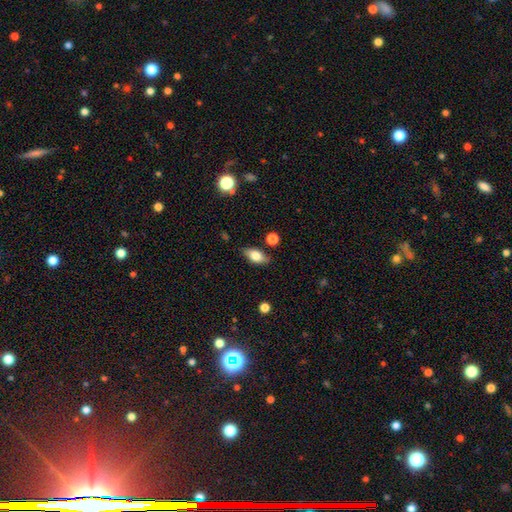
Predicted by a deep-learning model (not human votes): smooth_or_featured: smooth (p=0.73) [alt: featured or disk p=0.19]
how_rounded: in between (p=0.86) [alt: cigar-shaped p=0.09]
merging: none (p=0.81) [alt: minor disturbance p=0.13]